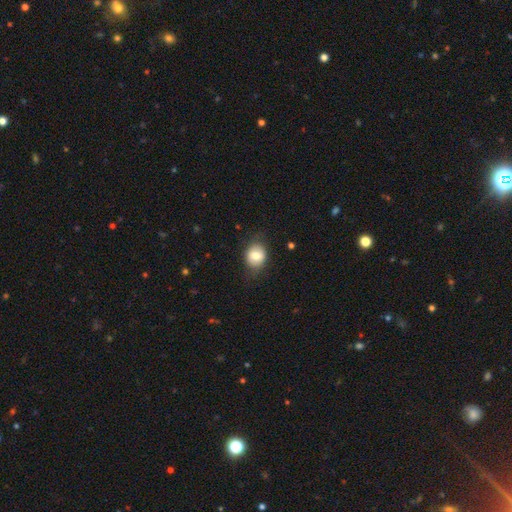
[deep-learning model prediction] smooth 75%, featured or disk 16%, star or artifact 8%. Down the decision tree: how rounded — round (60%); merging — none (77%).